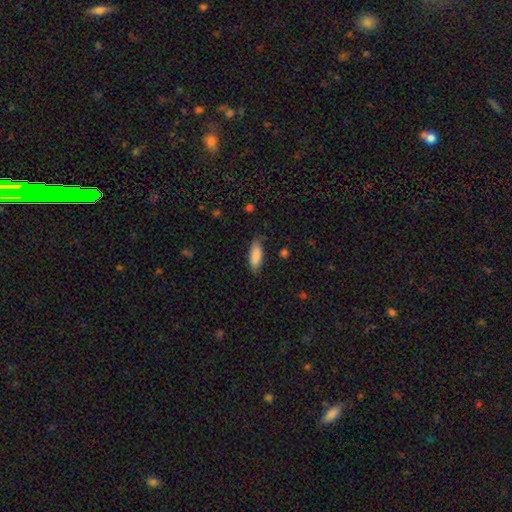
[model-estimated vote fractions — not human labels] Smooth or featured? smooth (87%)
How rounded? in between (70%)
Merging? none (74%)